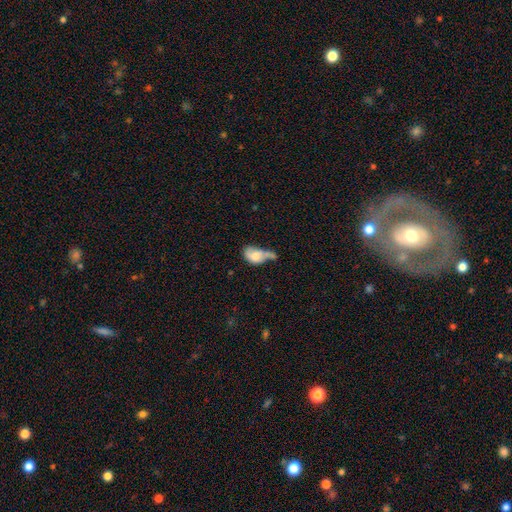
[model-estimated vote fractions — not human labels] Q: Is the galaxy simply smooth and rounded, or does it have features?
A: smooth — 66%.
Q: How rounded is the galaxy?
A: in between — 84%.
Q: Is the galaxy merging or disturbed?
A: merger — 38%.